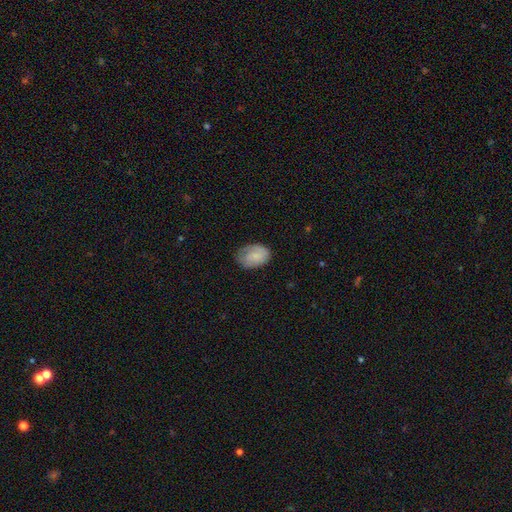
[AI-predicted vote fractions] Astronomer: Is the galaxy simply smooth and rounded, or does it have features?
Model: smooth — 70%.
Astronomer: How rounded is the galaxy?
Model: in between — 80%.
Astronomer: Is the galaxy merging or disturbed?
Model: none — 63%.